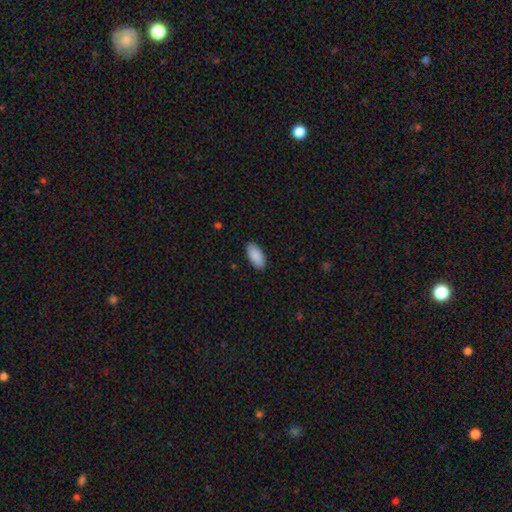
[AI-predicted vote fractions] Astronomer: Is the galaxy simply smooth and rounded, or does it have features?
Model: smooth — 91%.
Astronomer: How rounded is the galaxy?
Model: in between — 93%.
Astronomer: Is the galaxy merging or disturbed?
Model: none — 89%.